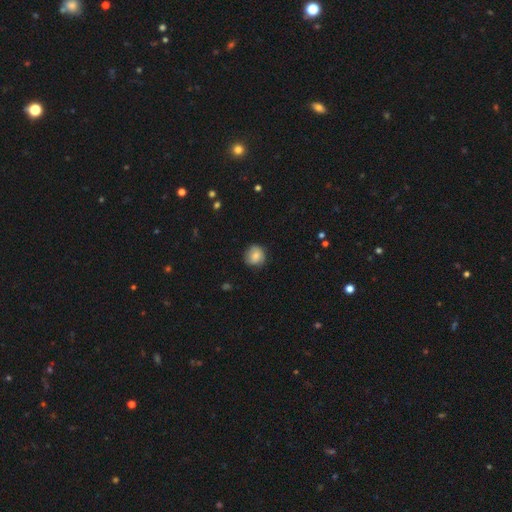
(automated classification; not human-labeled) A smooth galaxy with no disk features (81%) that is round (88%). Merging: none (79%).